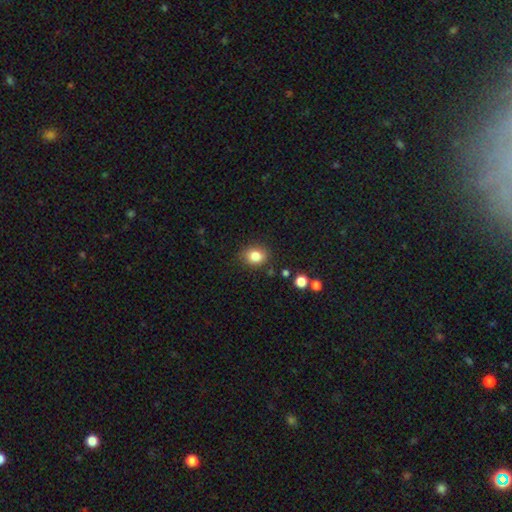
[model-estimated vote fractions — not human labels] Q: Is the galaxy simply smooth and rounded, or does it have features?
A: smooth — 83%.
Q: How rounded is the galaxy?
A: round — 52%.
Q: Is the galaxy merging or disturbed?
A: none — 82%.